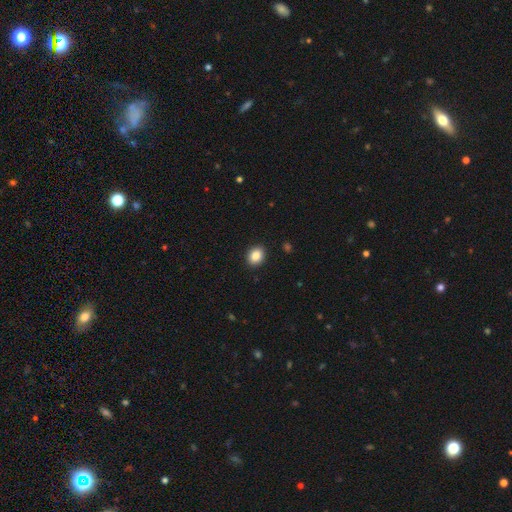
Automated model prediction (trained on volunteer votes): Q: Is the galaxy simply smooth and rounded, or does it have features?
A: smooth — 87%.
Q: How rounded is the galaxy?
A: in between — 53%.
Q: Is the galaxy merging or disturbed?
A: none — 91%.